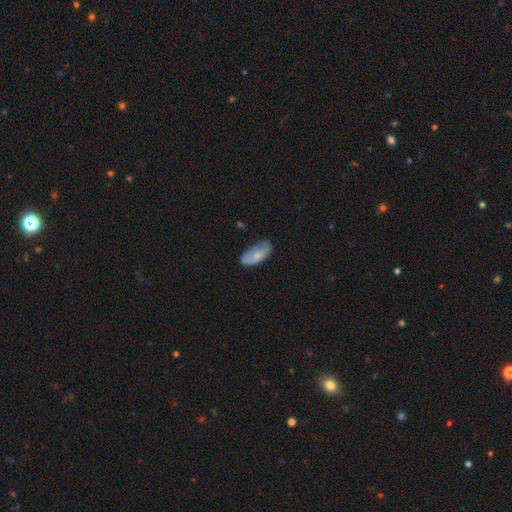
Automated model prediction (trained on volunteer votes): A smooth galaxy with no disk features (74%) that is in between round and cigar-shaped (91%). Merging: none (58%).